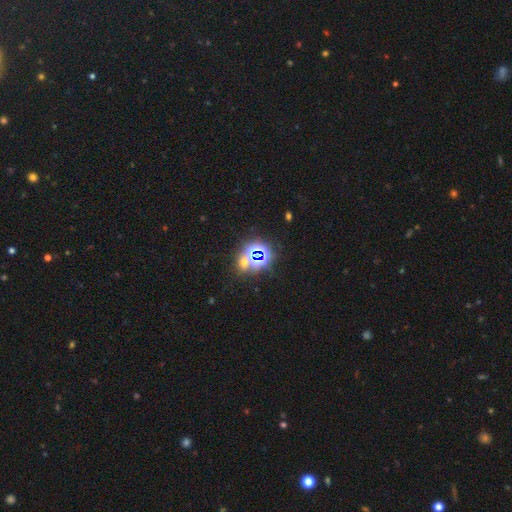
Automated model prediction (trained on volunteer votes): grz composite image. It shows a star or artifact, not a galaxy (72%).